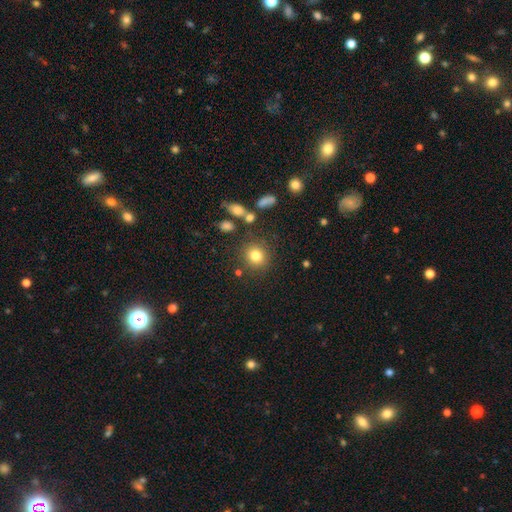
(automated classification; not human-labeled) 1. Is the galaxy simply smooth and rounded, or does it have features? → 79% smooth, 13% star or artifact, 8% featured or disk.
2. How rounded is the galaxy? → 86% round, 13% in between, 1% cigar-shaped.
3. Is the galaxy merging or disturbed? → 82% none, 9% minor disturbance, 5% merger, 4% major disturbance.